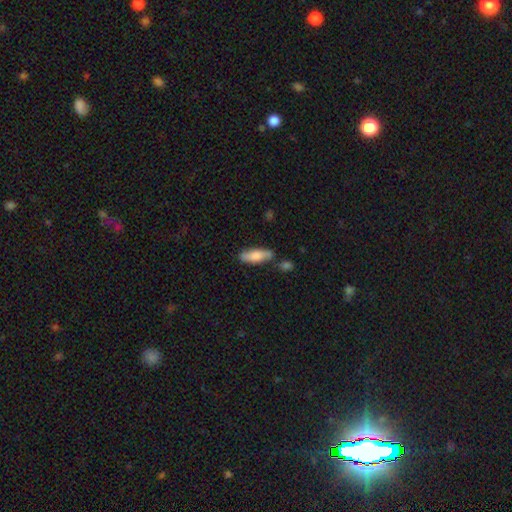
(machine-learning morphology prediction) A smooth galaxy with no disk features (75%) that is in between round and cigar-shaped (59%). Merging: none (69%).